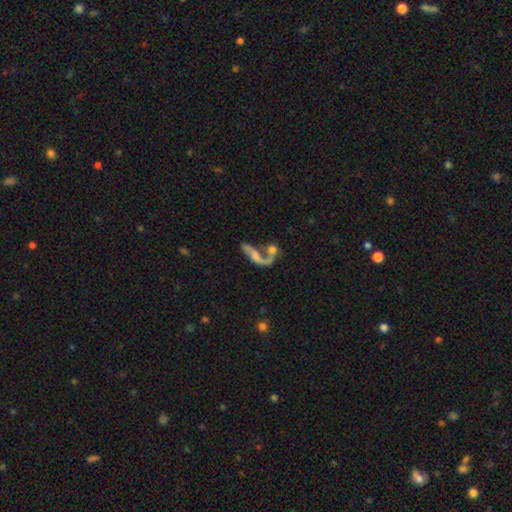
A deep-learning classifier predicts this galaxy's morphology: Smooth or featured? featured or disk (58%)
Edge-on disk? no (82%)
Merging? merger (49%)